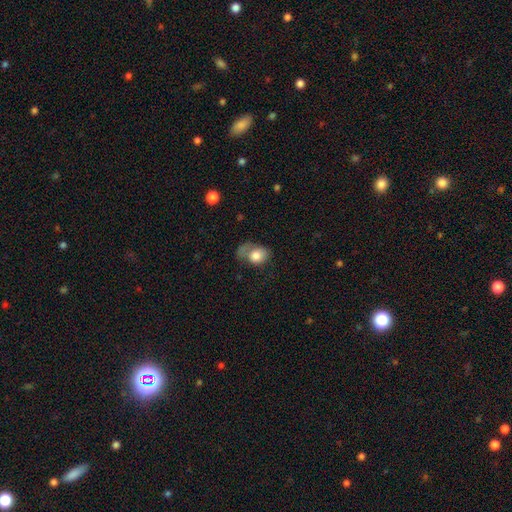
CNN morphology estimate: This appears to be a smooth galaxy with no disk features (74%) that is in between round and cigar-shaped (59%). Merging: major disturbance (39%).